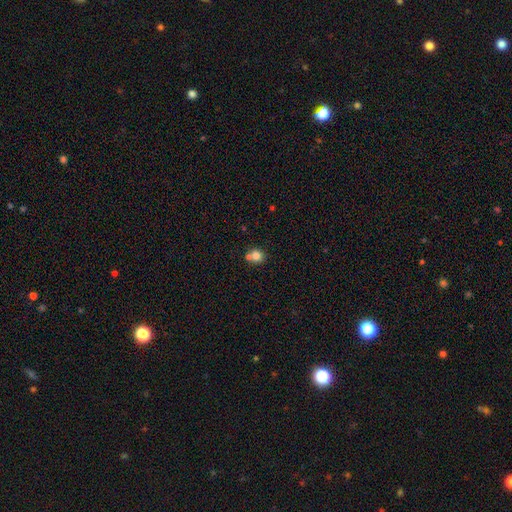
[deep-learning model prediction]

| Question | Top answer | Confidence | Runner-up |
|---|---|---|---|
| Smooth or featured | smooth | 79% | star or artifact (11%) |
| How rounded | round | 82% | in between (17%) |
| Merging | none | 54% | merger (35%) |